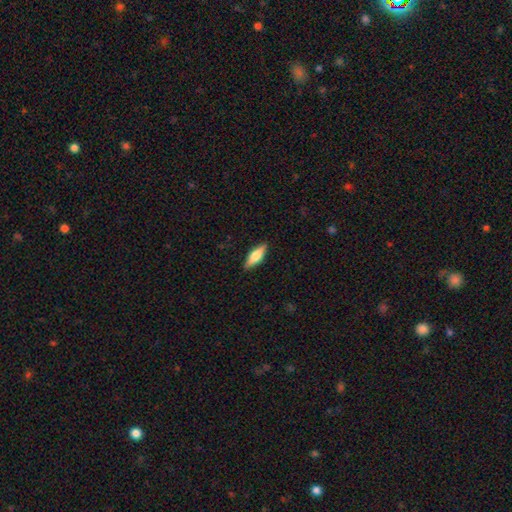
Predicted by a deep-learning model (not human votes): smooth 58%, featured or disk 36%, star or artifact 6%. Down the decision tree: how rounded — in between (51%); merging — none (88%).